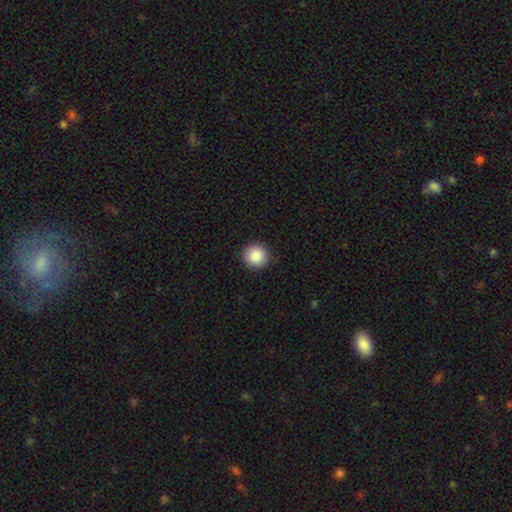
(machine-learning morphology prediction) Q: Smooth or featured?
A: smooth (88%); runner-up: star or artifact (9%)
Q: How rounded?
A: round (95%); runner-up: in between (4%)
Q: Merging?
A: none (92%); runner-up: minor disturbance (6%)